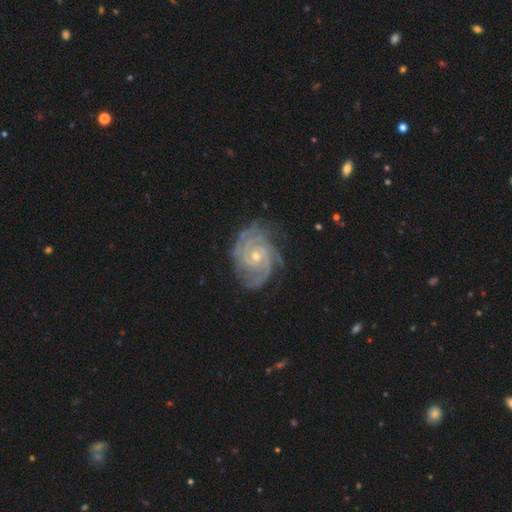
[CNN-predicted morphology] The model was most divided on "spiral arm count": 3: 29%, 2: 27%, 4: 16%, can't tell: 15%, more than 4: 7%, 1: 7%. More confident: spiral arms — yes (99%); edge-on disk — no (98%); smooth or featured — featured or disk (92%); spiral winding — tight (75%); merging — none (74%); bar — no (67%); bulge size — small (61%).